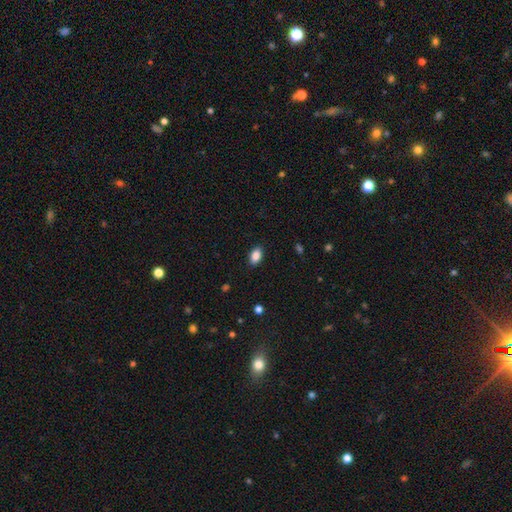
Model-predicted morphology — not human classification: A smooth galaxy with no disk features (87%) that is in between round and cigar-shaped (90%). Merging: none (88%).